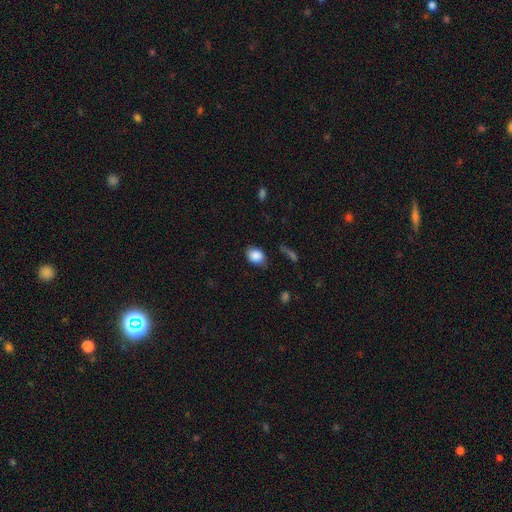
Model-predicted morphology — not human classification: Smooth or featured?
  - smooth: 87% *
  - star or artifact: 8%
  - featured or disk: 5%
How rounded?
  - in between: 67% *
  - round: 31%
  - cigar-shaped: 1%
Merging?
  - none: 77% *
  - minor disturbance: 17%
  - major disturbance: 4%
  - merger: 2%